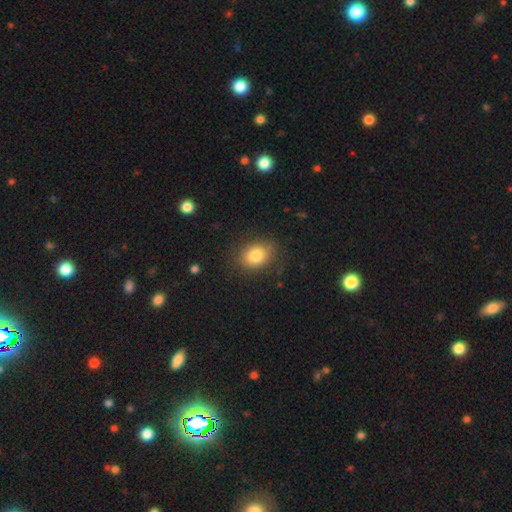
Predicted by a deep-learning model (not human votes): A smooth galaxy with no disk features (82%) that is in between round and cigar-shaped (59%). Merging: none (81%).